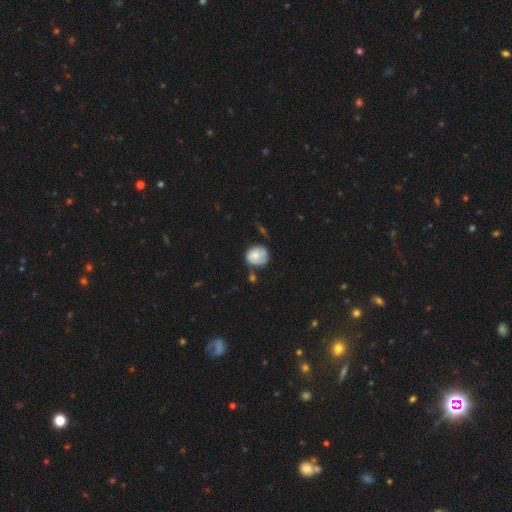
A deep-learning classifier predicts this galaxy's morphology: The model was most divided on "merging": none: 48%, minor disturbance: 32%, major disturbance: 11%, merger: 8%. More confident: how rounded — round (75%); smooth or featured — smooth (62%).